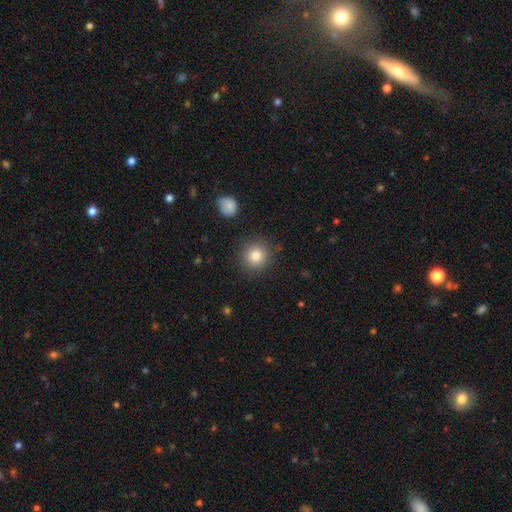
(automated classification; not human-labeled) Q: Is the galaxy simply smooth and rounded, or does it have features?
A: smooth — 83%.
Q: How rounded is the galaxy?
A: round — 93%.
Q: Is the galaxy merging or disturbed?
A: none — 88%.